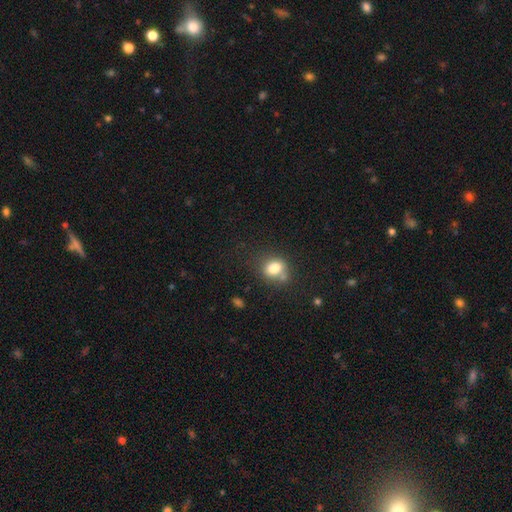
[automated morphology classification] Smooth or featured? smooth (64%)
How rounded? round (76%)
Merging? none (85%)